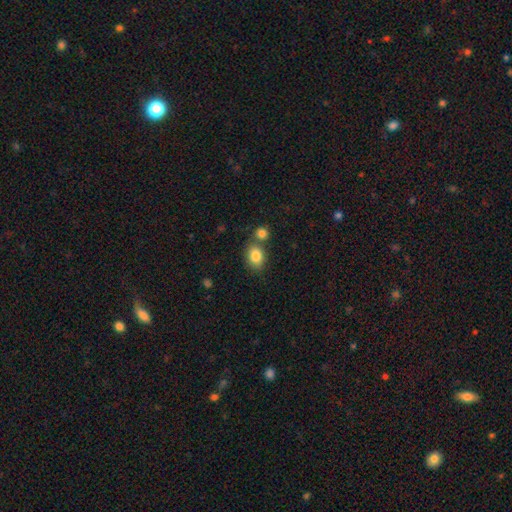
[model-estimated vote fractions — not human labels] The model was most divided on "how rounded": in between: 63%, round: 36%, cigar-shaped: 1%. More confident: smooth or featured — smooth (84%); merging — none (59%).